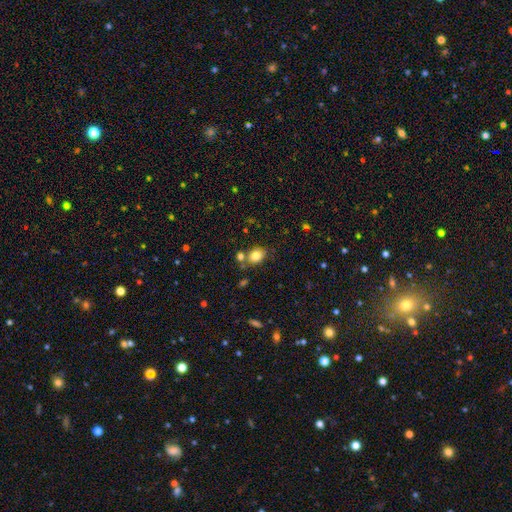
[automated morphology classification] smooth-or-featured: smooth: 82% | star or artifact: 10% | featured or disk: 8%
  how-rounded: in between: 63% | round: 36% | cigar-shaped: 1%
  merging: none: 68% | merger: 15% | minor disturbance: 13% | major disturbance: 4%